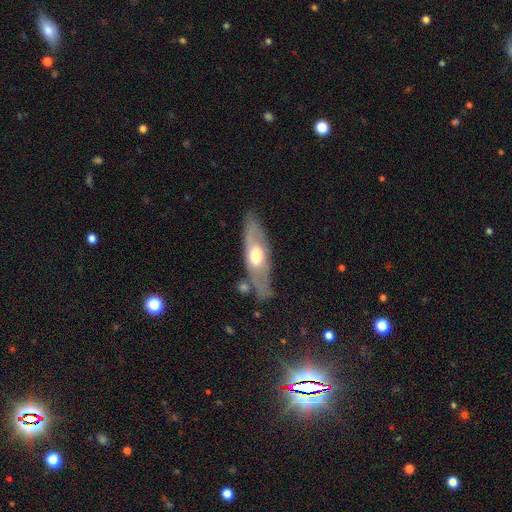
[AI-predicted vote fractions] Smooth or featured? Predicted: featured or disk (p=0.58). Edge-on disk? Predicted: no (p=0.56). Merging? Predicted: none (p=0.71).